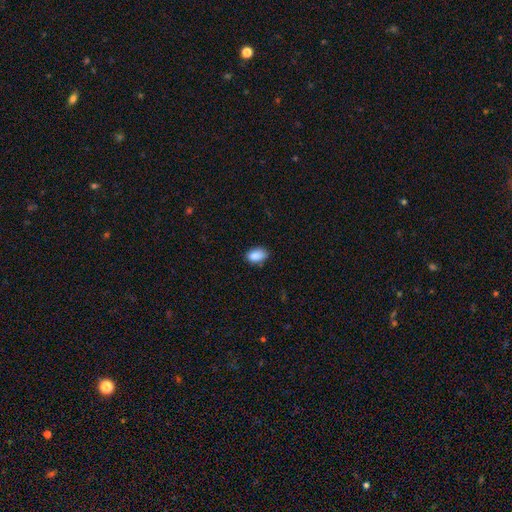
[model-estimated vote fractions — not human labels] Overall: smooth (88%). How rounded: in between (90%). Merging: none (75%).